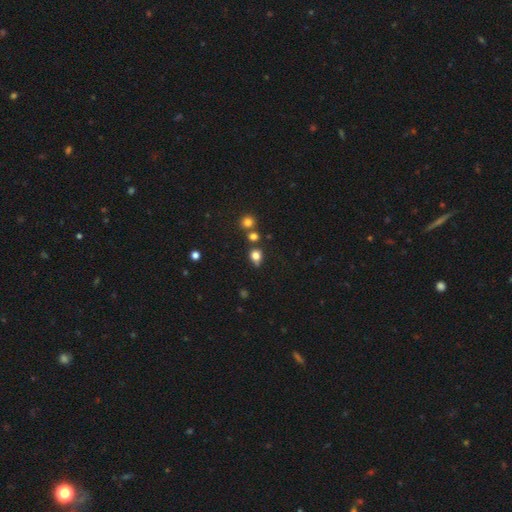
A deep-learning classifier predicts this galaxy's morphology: A smooth galaxy with no disk features (77%) that is round (57%). Merging: none (63%).